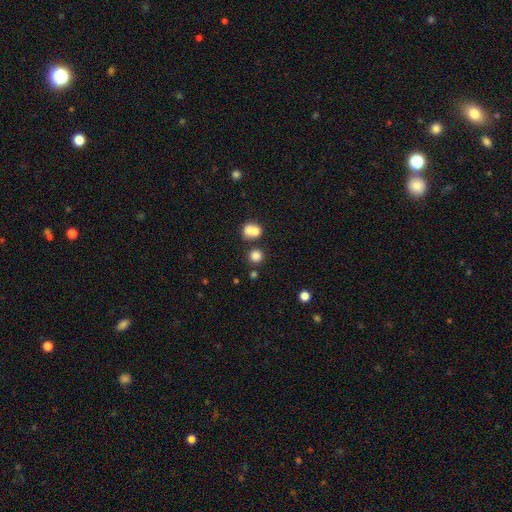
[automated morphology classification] A smooth galaxy with no disk features (80%) that is round (88%).

Vote fractions:
- Smooth or featured? smooth: 80% / star or artifact: 13% / featured or disk: 8%
- How rounded? round: 88% / in between: 11% / cigar-shaped: 1%
- Merging? none: 60% / merger: 29% / minor disturbance: 8% / major disturbance: 3%